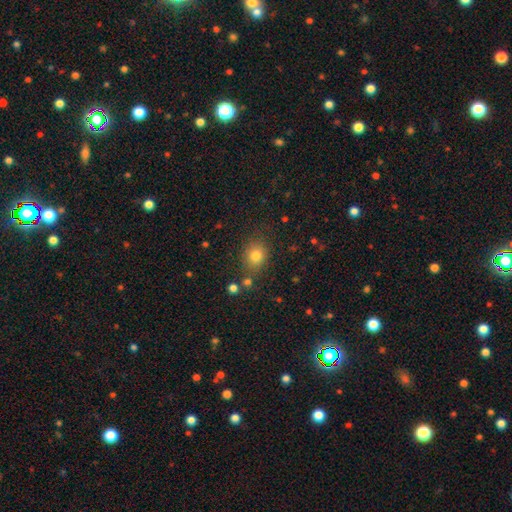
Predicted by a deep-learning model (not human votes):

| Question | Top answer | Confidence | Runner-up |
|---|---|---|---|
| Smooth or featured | smooth | 78% | star or artifact (14%) |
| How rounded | round | 58% | in between (41%) |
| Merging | none | 79% | minor disturbance (12%) |